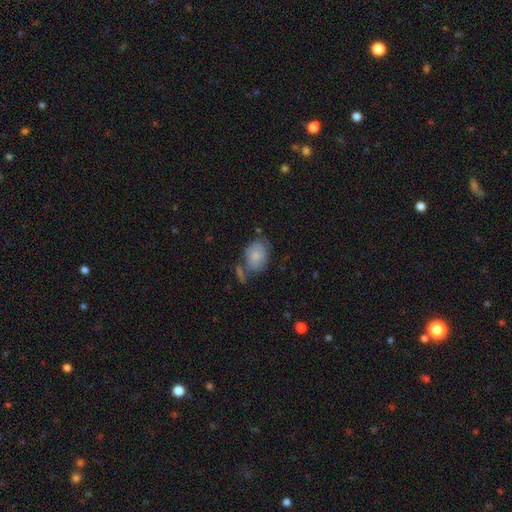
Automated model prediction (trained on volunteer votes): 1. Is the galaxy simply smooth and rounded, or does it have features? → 76% smooth, 17% featured or disk, 7% star or artifact.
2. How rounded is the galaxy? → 80% in between, 18% round, 1% cigar-shaped.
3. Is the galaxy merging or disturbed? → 52% none, 24% minor disturbance, 15% merger, 9% major disturbance.